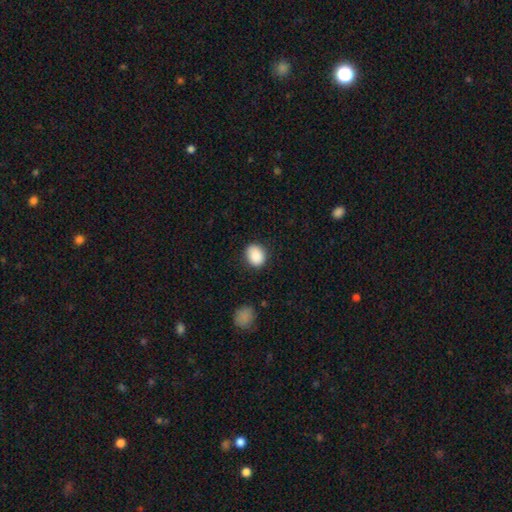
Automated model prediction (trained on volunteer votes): This appears to be a smooth galaxy with no disk features (90%) that is in between round and cigar-shaped (53%). Merging: none (87%).